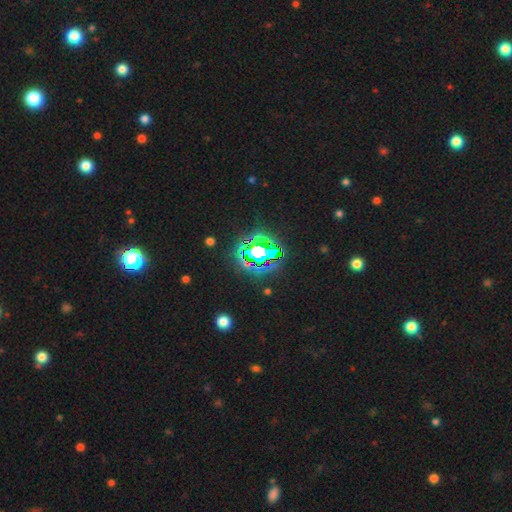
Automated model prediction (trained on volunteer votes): Smooth or featured? Predicted: star or artifact (p=0.74).